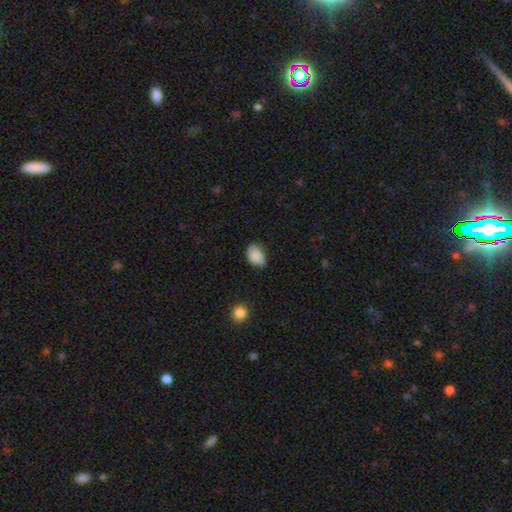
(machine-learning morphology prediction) A smooth galaxy with no disk features (87%) that is in between round and cigar-shaped (84%).

Vote fractions:
- Smooth or featured? smooth: 87% / star or artifact: 8% / featured or disk: 5%
- How rounded? in between: 84% / round: 14% / cigar-shaped: 1%
- Merging? none: 60% / minor disturbance: 33% / major disturbance: 5% / merger: 2%